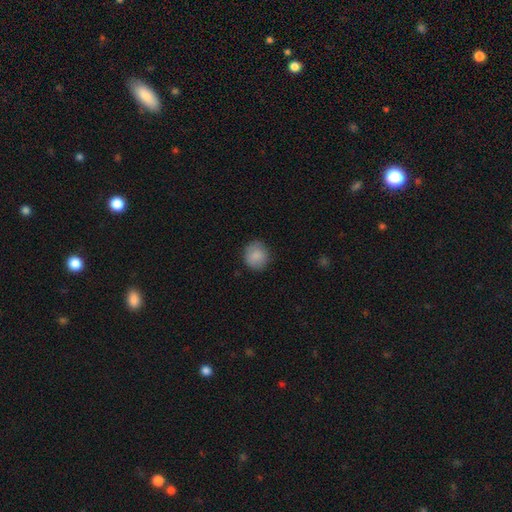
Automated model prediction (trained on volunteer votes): Overall: smooth (87%). How rounded: round (83%). Merging: none (85%).